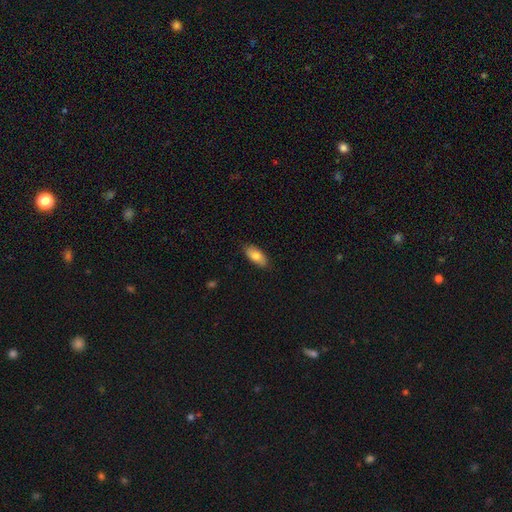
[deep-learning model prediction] Smooth or featured?
  - smooth: 81% *
  - featured or disk: 13%
  - star or artifact: 6%
How rounded?
  - in between: 89% *
  - cigar-shaped: 8%
  - round: 2%
Merging?
  - none: 87% *
  - minor disturbance: 10%
  - major disturbance: 2%
  - merger: 1%